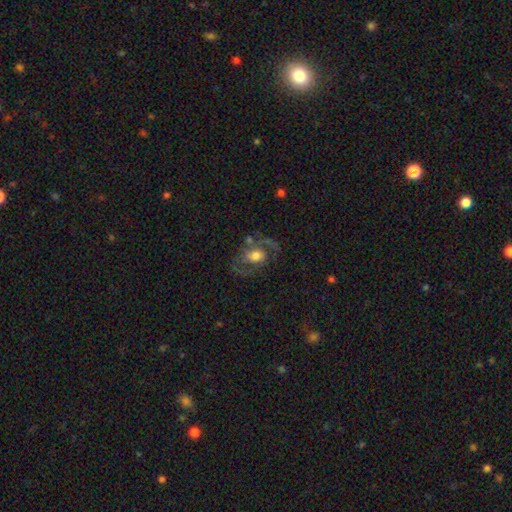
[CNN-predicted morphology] Smooth or featured? Predicted: featured or disk (p=0.66). Edge-on disk? Predicted: no (p=0.95). Bar? Predicted: no (p=0.69). Spiral arms? Predicted: yes (p=0.69). Bulge size? Predicted: moderate (p=0.54). Merging? Predicted: none (p=0.59).